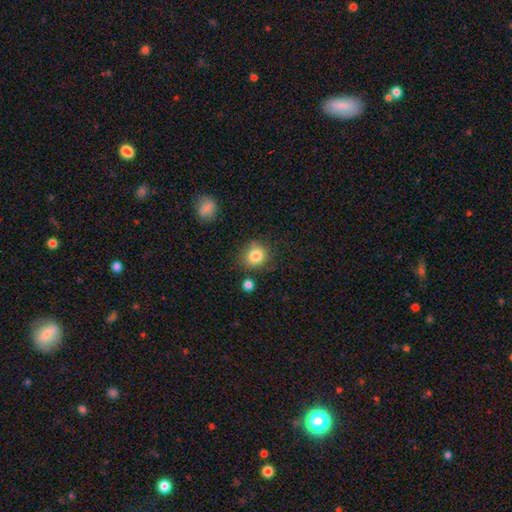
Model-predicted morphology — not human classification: Smooth or featured? Predicted: smooth (p=0.83). How rounded? Predicted: round (p=0.80). Merging? Predicted: none (p=0.75).